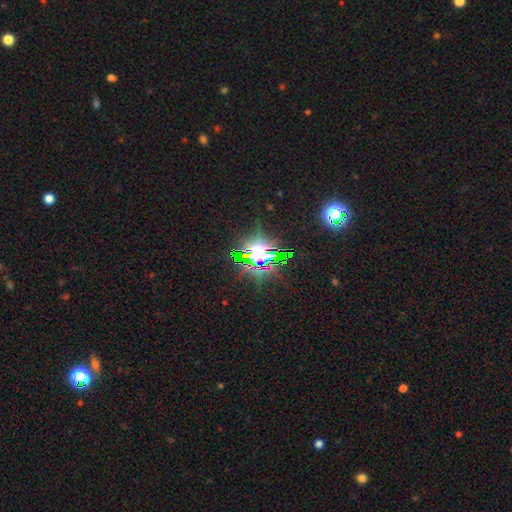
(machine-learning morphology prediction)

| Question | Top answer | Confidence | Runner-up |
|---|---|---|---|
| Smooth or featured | star or artifact | 79% | smooth (11%) |